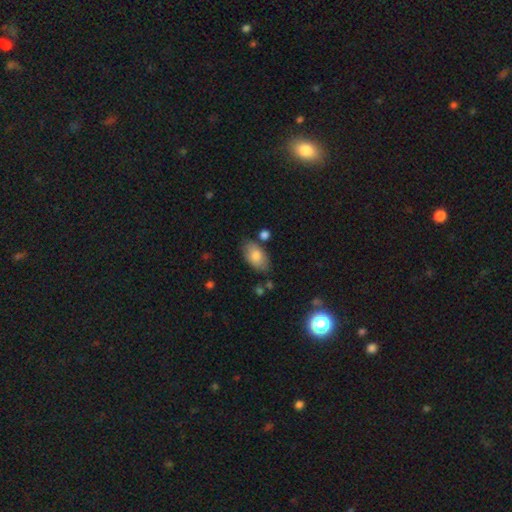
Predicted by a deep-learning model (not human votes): smooth_or_featured: smooth (p=0.81) [alt: featured or disk p=0.12]
how_rounded: in between (p=0.93) [alt: round p=0.05]
merging: none (p=0.77) [alt: minor disturbance p=0.15]